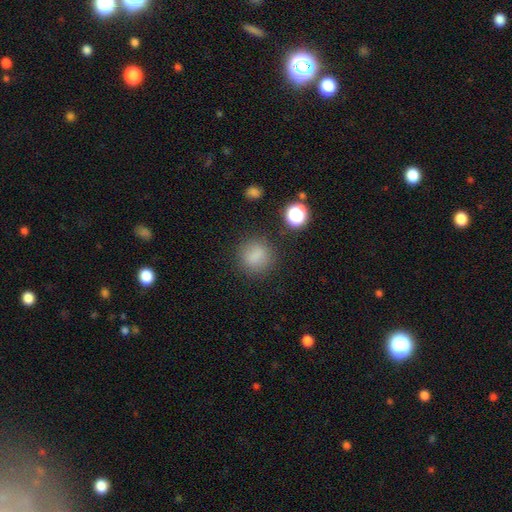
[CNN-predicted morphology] type=smooth (80%); roundness=round (82%); merging=none (82%).